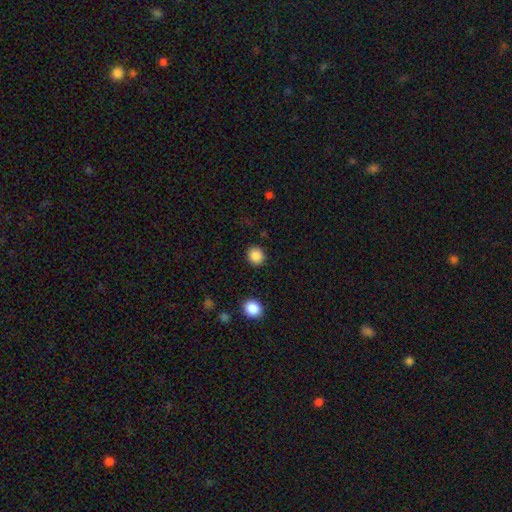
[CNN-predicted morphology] smooth 87%, star or artifact 10%, featured or disk 3%. Down the decision tree: how rounded — round (84%); merging — none (90%).